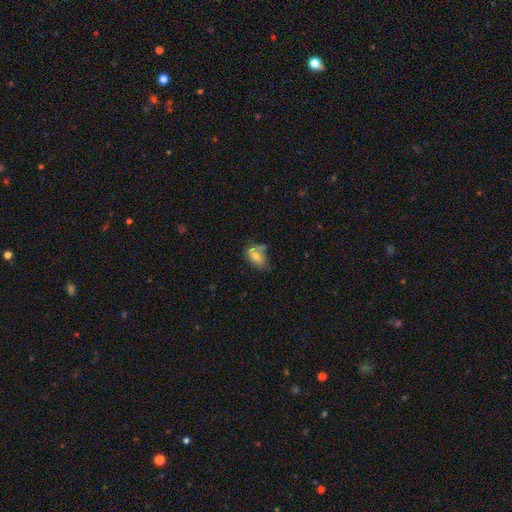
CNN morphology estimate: The model was most divided on "merging": none: 46%, minor disturbance: 28%, merger: 15%, major disturbance: 11%. More confident: how rounded — in between (85%); smooth or featured — smooth (69%).